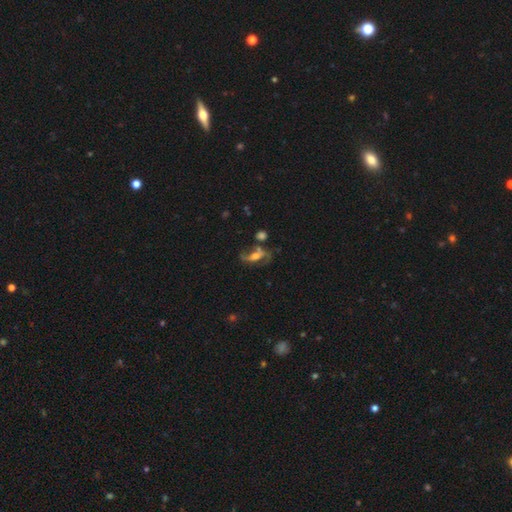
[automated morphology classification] A featured or disk galaxy (67%) with no bar (37%), spiral arms (82%) and a moderate central bulge (54%).

Vote fractions:
- Smooth or featured? featured or disk: 67% / smooth: 23% / star or artifact: 10%
- Edge-on disk? no: 88% / yes: 12%
- Bar? no: 37% / weak: 34% / strong: 29%
- Spiral arms? yes: 82% / no: 18%
- Bulge size? moderate: 54% / small: 22% / large: 17% / none: 5% / dominant: 2%
- Merging? none: 46% / major disturbance: 19% / minor disturbance: 19% / merger: 16%